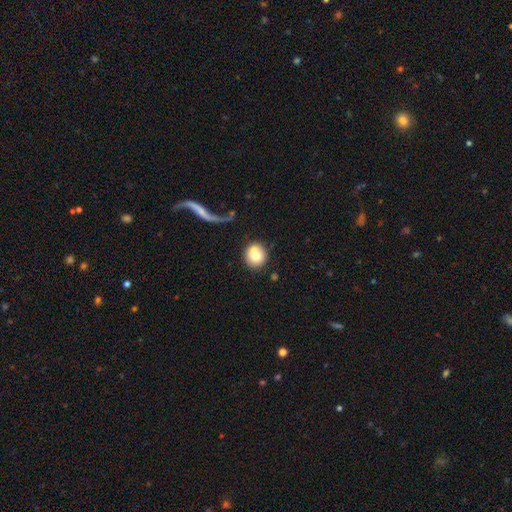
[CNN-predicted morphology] Smooth or featured? Predicted: smooth (p=0.74). How rounded? Predicted: round (p=0.92). Merging? Predicted: none (p=0.65).